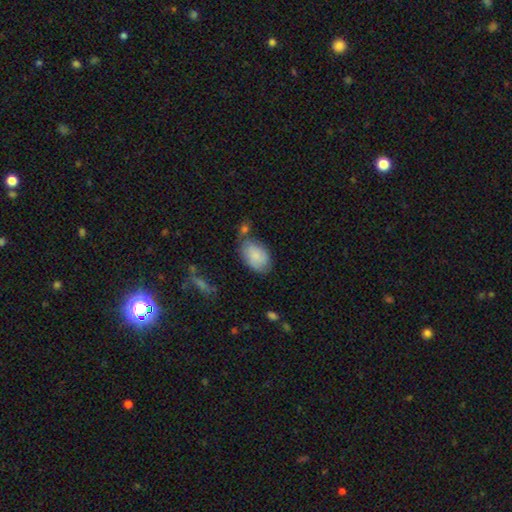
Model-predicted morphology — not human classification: This is clearly a smooth galaxy (81%). How rounded: clearly in between (89%). Merging: possibly none (58%).